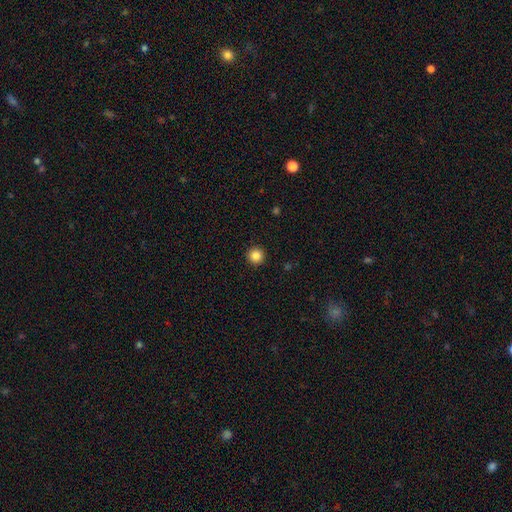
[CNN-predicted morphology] This appears to be a smooth galaxy with no disk features (86%) that is round (96%). Merging: none (93%).